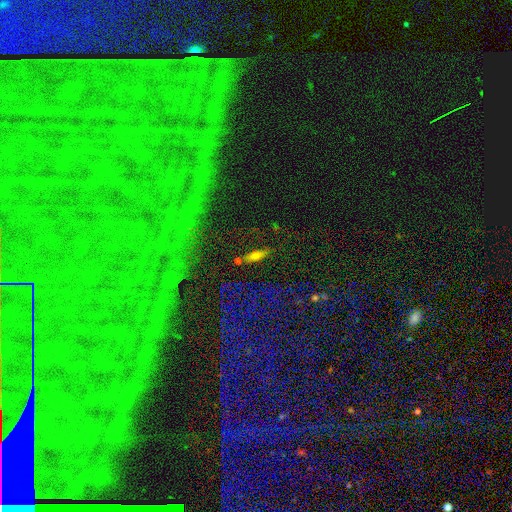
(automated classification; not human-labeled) smooth 58%, featured or disk 28%, star or artifact 14%. Down the decision tree: how rounded — in between (54%); merging — none (76%).